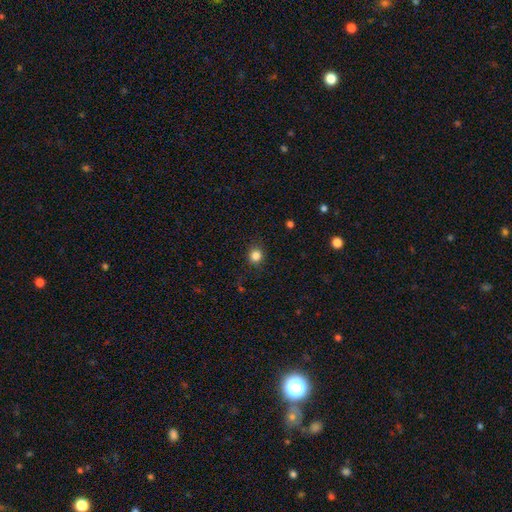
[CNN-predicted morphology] A smooth galaxy with no disk features (84%) that is round (89%). Merging: none (88%).